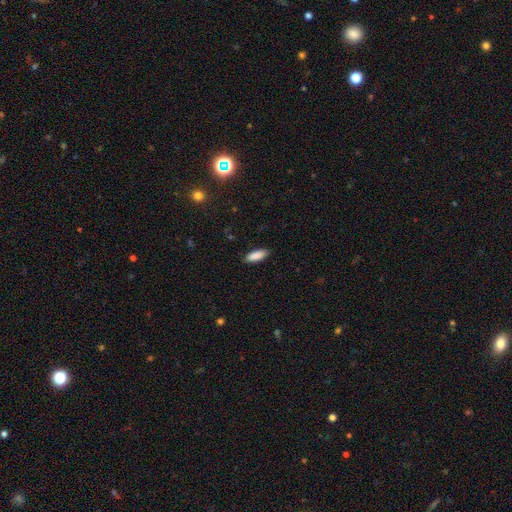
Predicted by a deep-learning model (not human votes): A smooth galaxy with no disk features (89%) that is in between round and cigar-shaped (68%). Merging: none (87%).